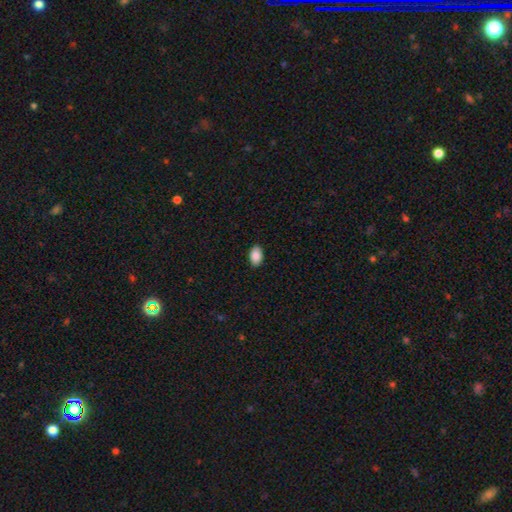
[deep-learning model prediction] This is clearly a smooth galaxy (88%). How rounded: clearly in between (92%). Merging: clearly none (89%).